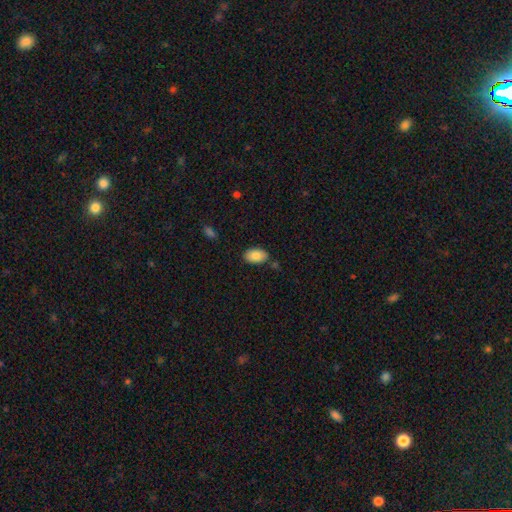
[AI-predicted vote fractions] The model was most divided on "merging": none: 80%, minor disturbance: 13%, merger: 4%, major disturbance: 3%. More confident: how rounded — in between (93%); smooth or featured — smooth (86%).